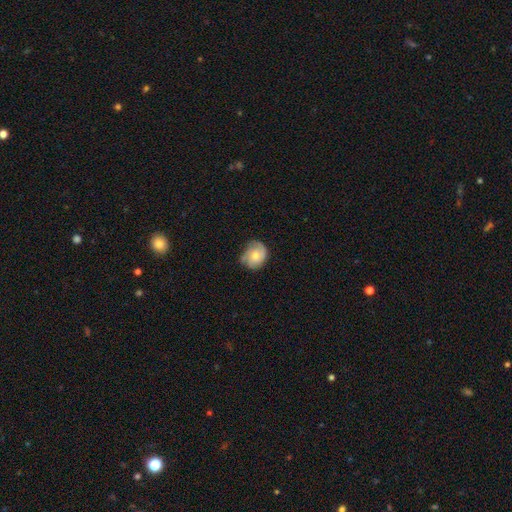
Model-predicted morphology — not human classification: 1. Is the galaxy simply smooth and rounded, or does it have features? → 50% featured or disk, 43% smooth, 7% star or artifact.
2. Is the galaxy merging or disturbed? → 60% none, 30% minor disturbance, 9% major disturbance, 2% merger.